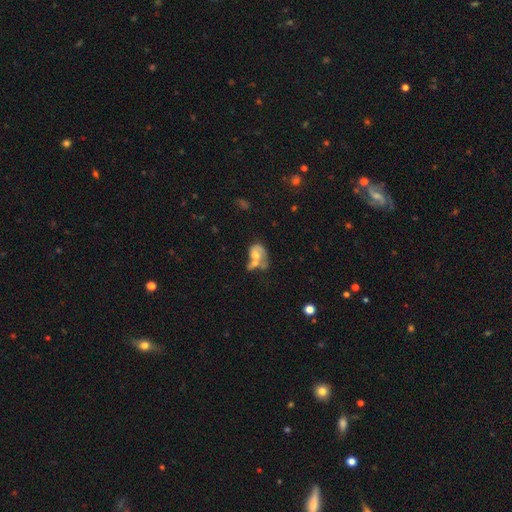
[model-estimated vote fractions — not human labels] Smooth or featured: smooth — 49% (featured or disk — 42%)
Merging: merger — 61% (none — 14%)